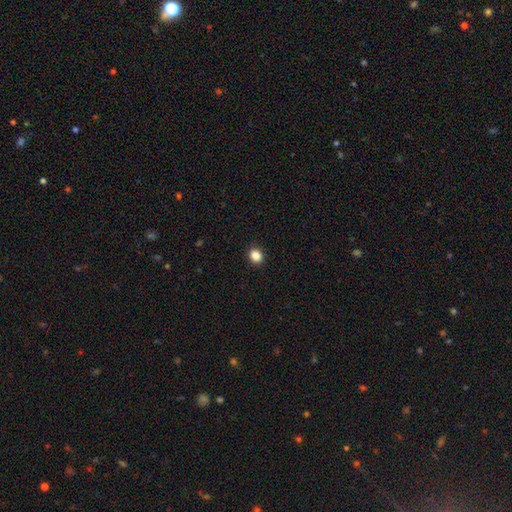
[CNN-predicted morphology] smooth-or-featured: smooth: 86% | star or artifact: 11% | featured or disk: 4%
  how-rounded: round: 67% | in between: 32% | cigar-shaped: 1%
  merging: none: 91% | minor disturbance: 6% | major disturbance: 2% | merger: 1%